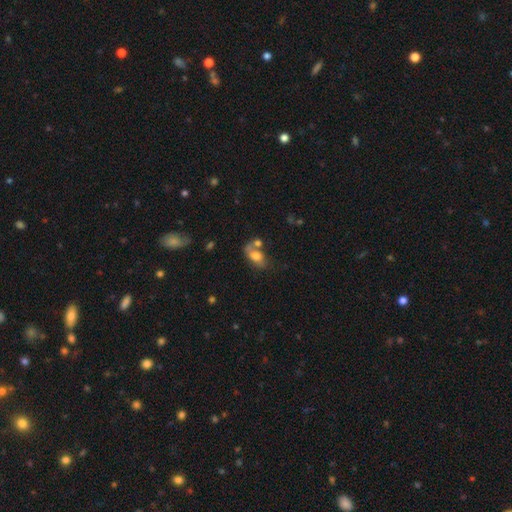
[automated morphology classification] A smooth galaxy with no disk features (68%) that is in between round and cigar-shaped (84%). Merging: none (36%).